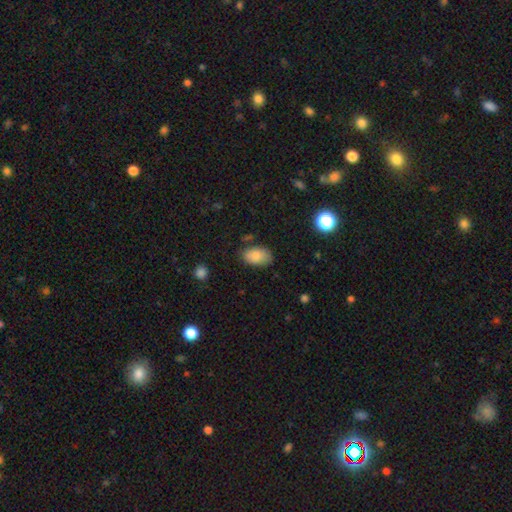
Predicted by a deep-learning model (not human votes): Smooth or featured?
  - smooth: 84% *
  - featured or disk: 9%
  - star or artifact: 8%
How rounded?
  - in between: 91% *
  - round: 8%
  - cigar-shaped: 1%
Merging?
  - none: 75% *
  - minor disturbance: 19%
  - major disturbance: 4%
  - merger: 2%